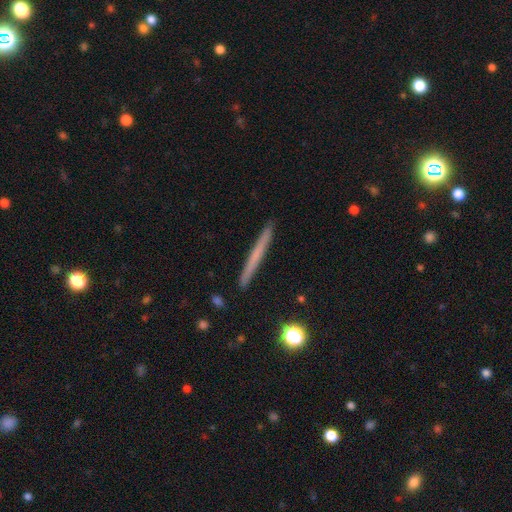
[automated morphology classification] smooth-or-featured: smooth: 53% | featured or disk: 40% | star or artifact: 7%
  how-rounded: cigar-shaped: 97% | in between: 2% | round: 2%
  merging: none: 92% | minor disturbance: 6% | major disturbance: 1% | merger: 1%